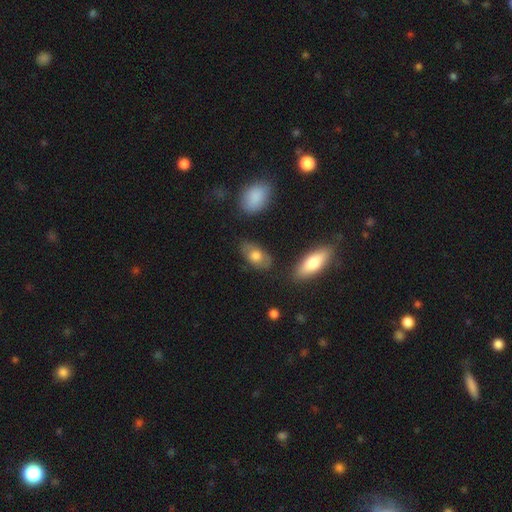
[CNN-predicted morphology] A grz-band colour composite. It shows a smooth galaxy with no disk features (68%) that is in between round and cigar-shaped (90%). Merging: none (74%).